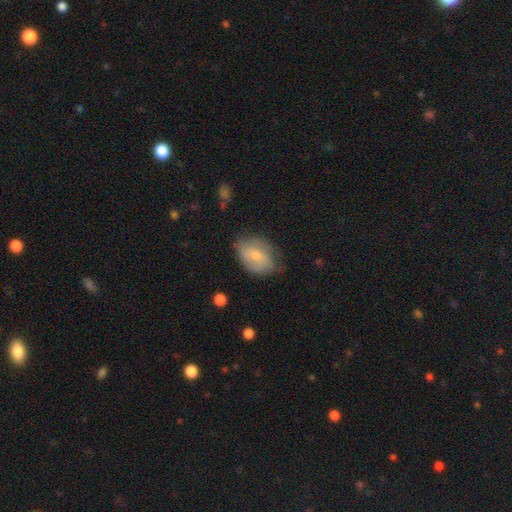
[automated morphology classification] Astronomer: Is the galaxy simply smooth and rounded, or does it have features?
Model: smooth — 61%.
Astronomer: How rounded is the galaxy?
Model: in between — 81%.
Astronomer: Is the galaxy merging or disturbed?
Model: none — 59%.